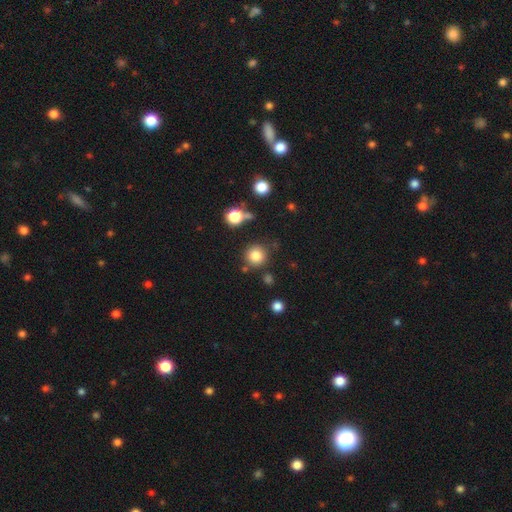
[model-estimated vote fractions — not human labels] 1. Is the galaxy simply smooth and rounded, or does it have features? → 83% smooth, 12% star or artifact, 6% featured or disk.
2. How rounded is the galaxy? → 93% round, 6% in between, 1% cigar-shaped.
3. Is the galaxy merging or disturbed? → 82% none, 9% minor disturbance, 6% merger, 3% major disturbance.